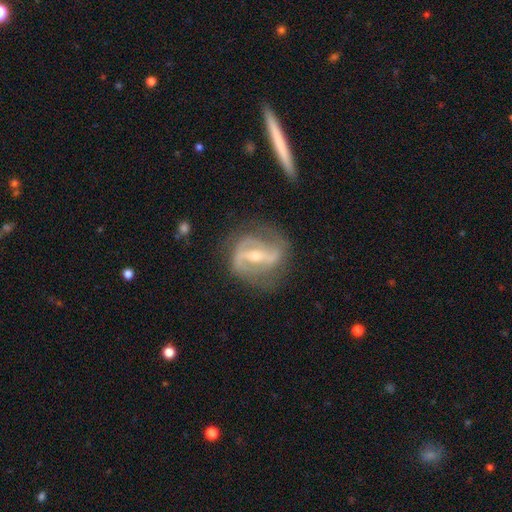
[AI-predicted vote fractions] Q: Smooth or featured?
A: featured or disk (85%); runner-up: smooth (9%)
Q: Edge-on disk?
A: no (94%); runner-up: yes (6%)
Q: Bar?
A: strong (63%); runner-up: weak (27%)
Q: Spiral arms?
A: yes (88%); runner-up: no (12%)
Q: Spiral winding?
A: medium (46%); runner-up: loose (30%)
Q: Spiral arm count?
A: 2 (78%); runner-up: can't tell (10%)
Q: Bulge size?
A: moderate (53%); runner-up: small (42%)
Q: Merging?
A: none (66%); runner-up: minor disturbance (20%)